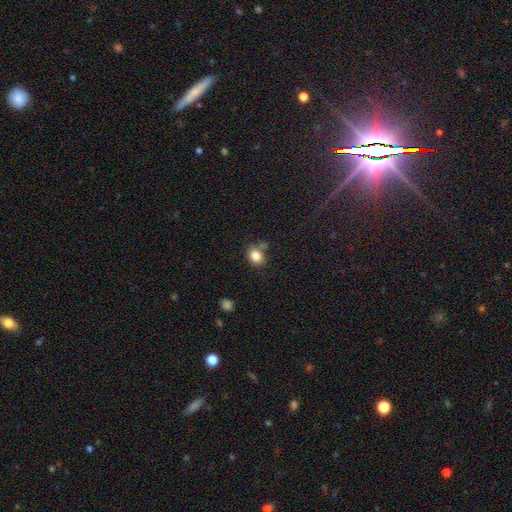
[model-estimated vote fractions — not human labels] Morphology: type=smooth (84%); roundness=in between (55%); merging=none (65%).